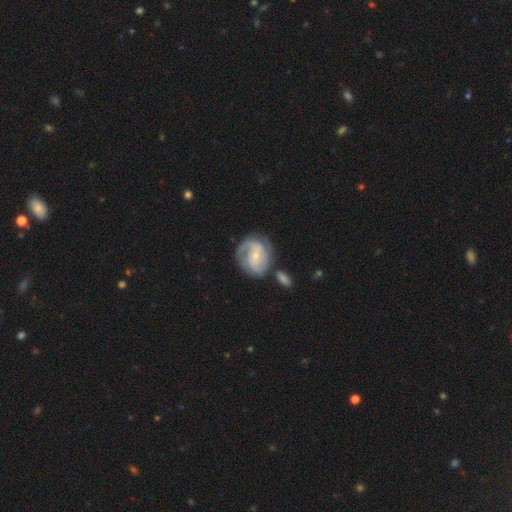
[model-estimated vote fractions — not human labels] Smooth or featured: featured or disk — 80% (smooth — 15%)
Edge-on disk: no — 98% (yes — 2%)
Bar: no — 46% (weak — 42%)
Spiral arms: yes — 94% (no — 6%)
Spiral winding: medium — 42% (tied with tight — 42%)
Spiral arm count: 2 — 54% (can't tell — 18%)
Bulge size: small — 72% (moderate — 23%)
Merging: none — 63% (minor disturbance — 19%)